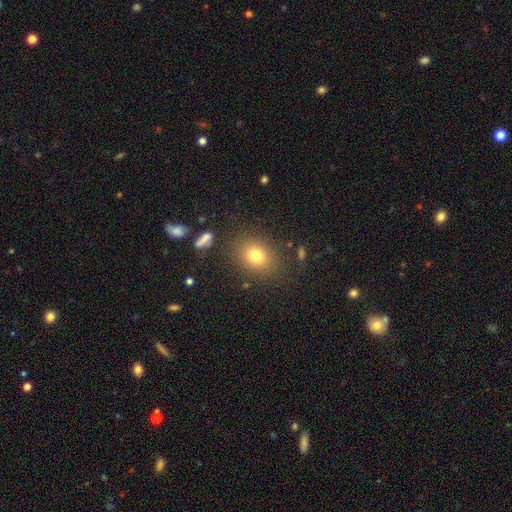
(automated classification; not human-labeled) Morphology: type=smooth (78%); roundness=in between (58%); merging=none (83%).